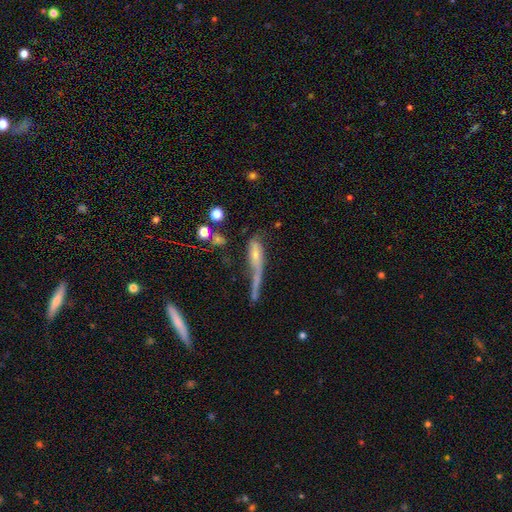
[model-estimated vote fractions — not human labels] Overall: smooth (47%; featured or disk 42%). Merging: major disturbance (36%; merger 28%).